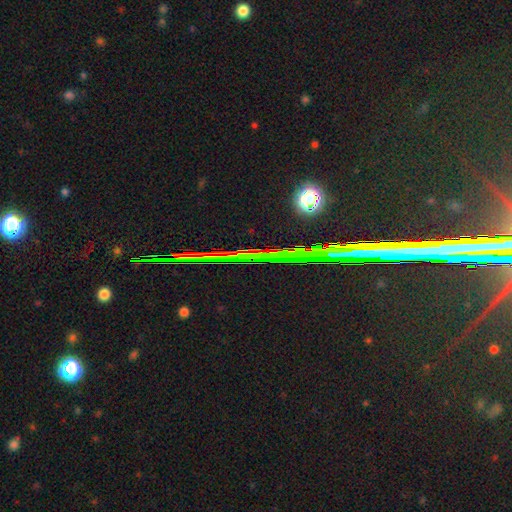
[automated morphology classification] A star or artifact, not a galaxy (81%).